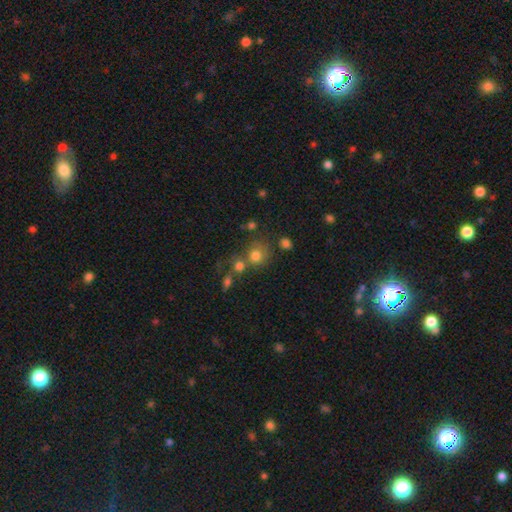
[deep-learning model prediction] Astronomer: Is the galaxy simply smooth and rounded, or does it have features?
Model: smooth — 74%.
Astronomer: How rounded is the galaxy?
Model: round — 84%.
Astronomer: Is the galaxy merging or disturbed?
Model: none — 53% (runner-up: merger, 30%).